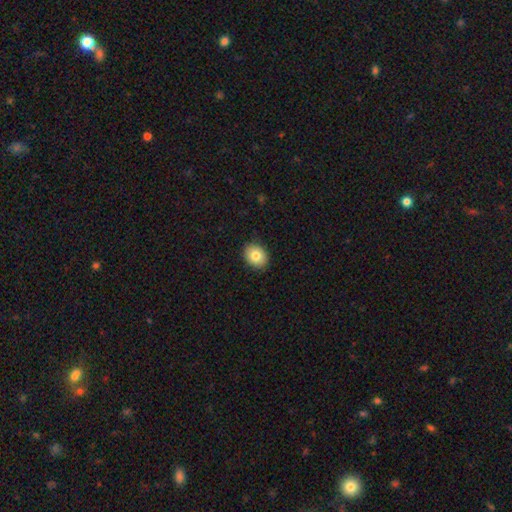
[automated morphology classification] Overall: smooth (81%). How rounded: round (52%; in between 47%). Merging: none (90%).